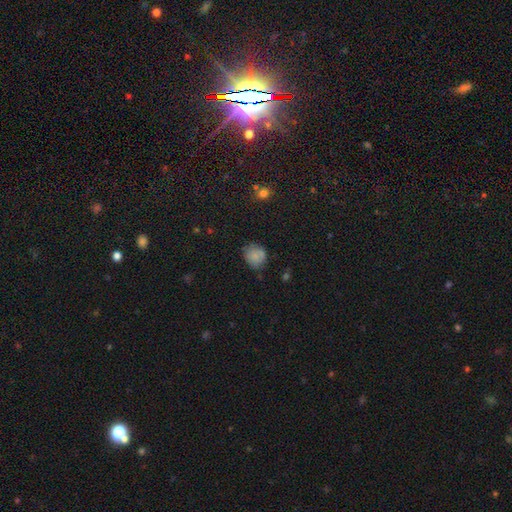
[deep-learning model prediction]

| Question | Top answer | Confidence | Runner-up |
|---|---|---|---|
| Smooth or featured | smooth | 79% | star or artifact (11%) |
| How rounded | round | 78% | in between (21%) |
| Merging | none | 71% | minor disturbance (21%) |